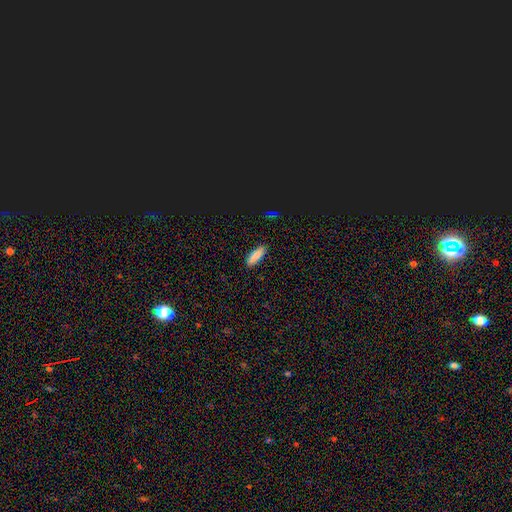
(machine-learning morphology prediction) Smooth or featured?
  - smooth: 87% *
  - star or artifact: 8%
  - featured or disk: 6%
How rounded?
  - in between: 60% *
  - cigar-shaped: 38%
  - round: 2%
Merging?
  - none: 88% *
  - minor disturbance: 9%
  - major disturbance: 2%
  - merger: 1%